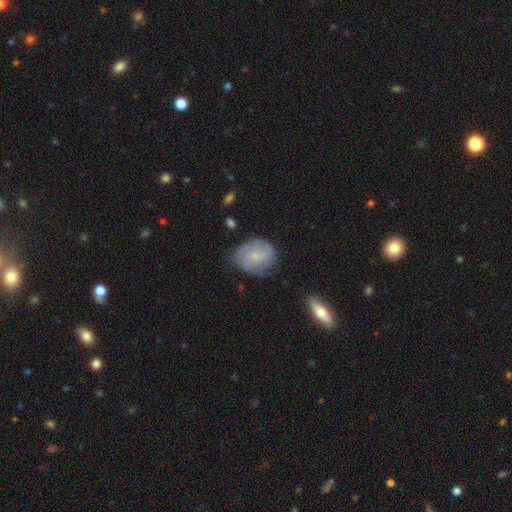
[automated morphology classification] Smooth or featured?
  - featured or disk: 62% *
  - smooth: 31%
  - star or artifact: 8%
Edge-on disk?
  - no: 97% *
  - yes: 3%
Bar?
  - no: 73% *
  - weak: 24%
  - strong: 3%
Spiral arms?
  - yes: 88% *
  - no: 12%
Spiral winding?
  - tight: 57% *
  - medium: 33%
  - loose: 10%
Spiral arm count?
  - can't tell: 39% *
  - 2: 26%
  - 3: 20%
  - 4: 7%
  - 1: 5%
  - more than 4: 4%
Bulge size?
  - small: 72% *
  - moderate: 16%
  - none: 9%
  - large: 1%
  - dominant: 1%
Merging?
  - none: 70% *
  - minor disturbance: 21%
  - major disturbance: 7%
  - merger: 2%